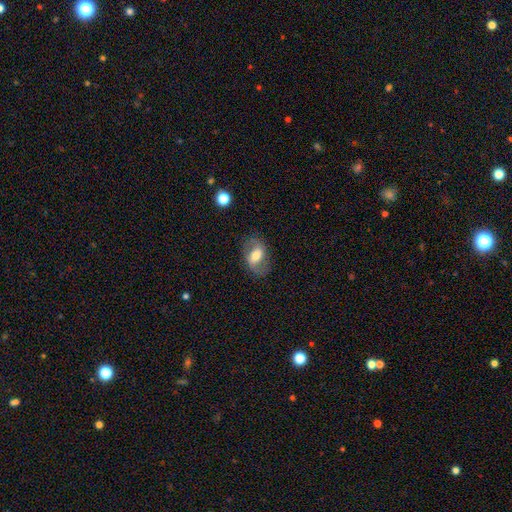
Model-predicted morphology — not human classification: Smooth or featured?
  - featured or disk: 48% *
  - smooth: 44%
  - star or artifact: 8%
Merging?
  - none: 76% *
  - minor disturbance: 16%
  - major disturbance: 7%
  - merger: 1%